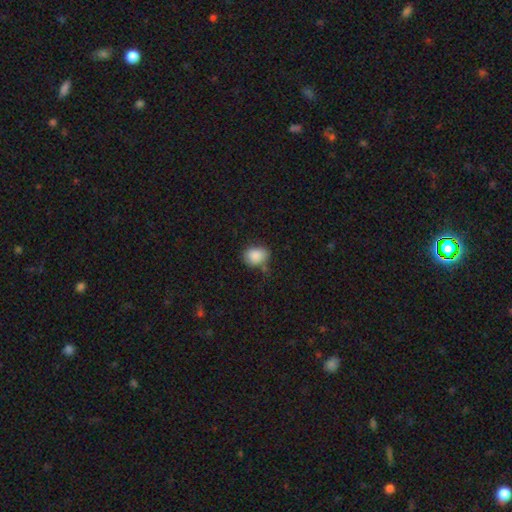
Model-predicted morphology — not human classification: Smooth or featured? Predicted: smooth (p=0.87). How rounded? Predicted: in between (p=0.62). Merging? Predicted: none (p=0.64).